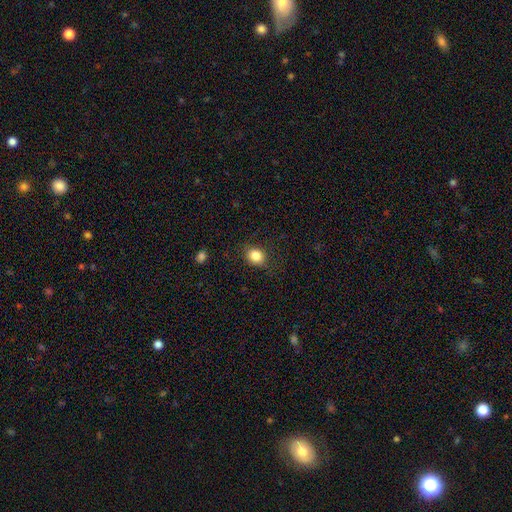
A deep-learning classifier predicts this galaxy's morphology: This is clearly a smooth galaxy (84%). How rounded: likely round (63%). Merging: clearly none (82%).